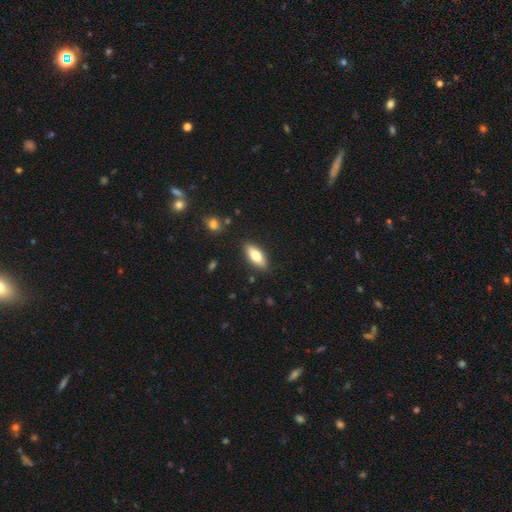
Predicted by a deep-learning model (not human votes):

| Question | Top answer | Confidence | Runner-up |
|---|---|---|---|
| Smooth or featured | smooth | 76% | featured or disk (18%) |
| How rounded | in between | 79% | cigar-shaped (19%) |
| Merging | none | 87% | minor disturbance (9%) |